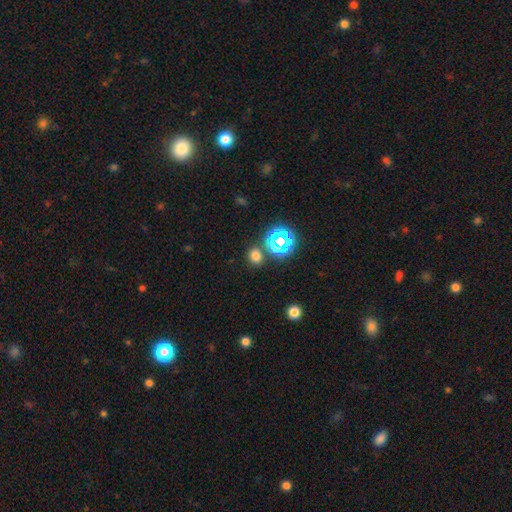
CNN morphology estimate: smooth-or-featured: smooth: 68% | star or artifact: 27% | featured or disk: 5%
  how-rounded: round: 69% | in between: 29% | cigar-shaped: 1%
  merging: none: 81% | minor disturbance: 8% | merger: 8% | major disturbance: 3%